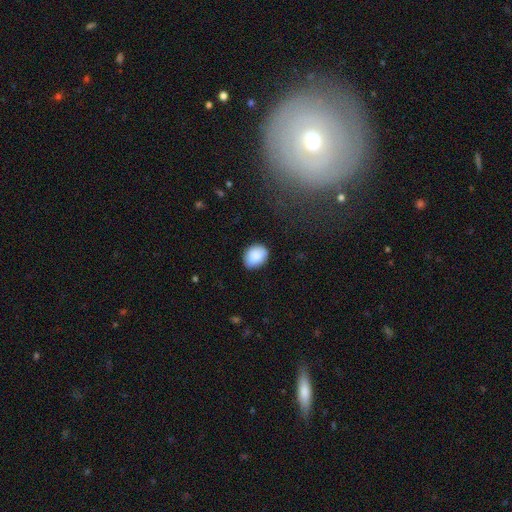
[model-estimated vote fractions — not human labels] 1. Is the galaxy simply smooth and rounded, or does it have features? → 89% smooth, 7% star or artifact, 5% featured or disk.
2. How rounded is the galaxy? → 59% in between, 40% round, 1% cigar-shaped.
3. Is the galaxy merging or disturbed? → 81% none, 15% minor disturbance, 3% major disturbance, 1% merger.